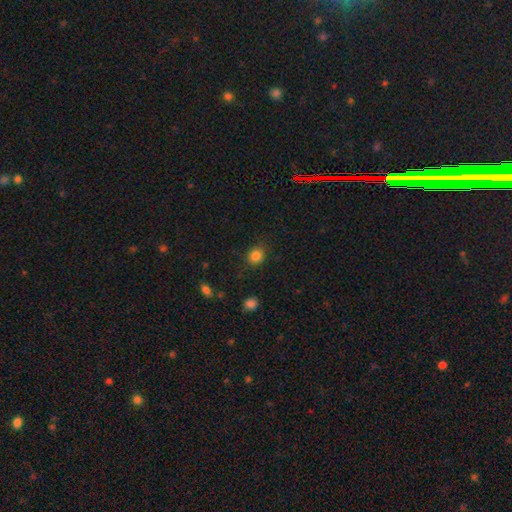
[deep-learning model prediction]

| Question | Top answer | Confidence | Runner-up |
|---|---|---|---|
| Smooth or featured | smooth | 84% | star or artifact (12%) |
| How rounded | round | 74% | in between (26%) |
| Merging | none | 85% | minor disturbance (10%) |